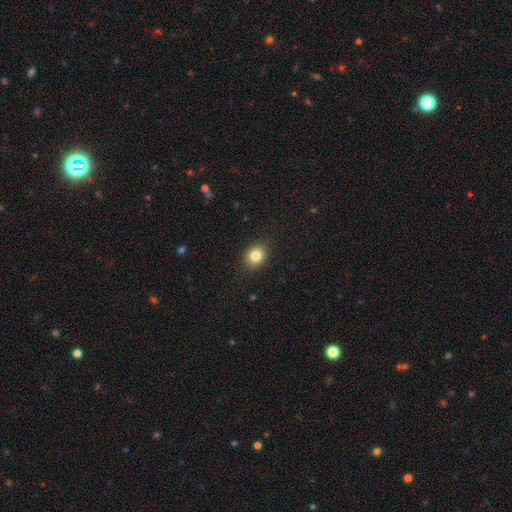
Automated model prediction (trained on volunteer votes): smooth_or_featured: smooth (p=0.83) [alt: star or artifact p=0.10]
how_rounded: round (p=0.57) [alt: in between p=0.42]
merging: none (p=0.89) [alt: minor disturbance p=0.07]